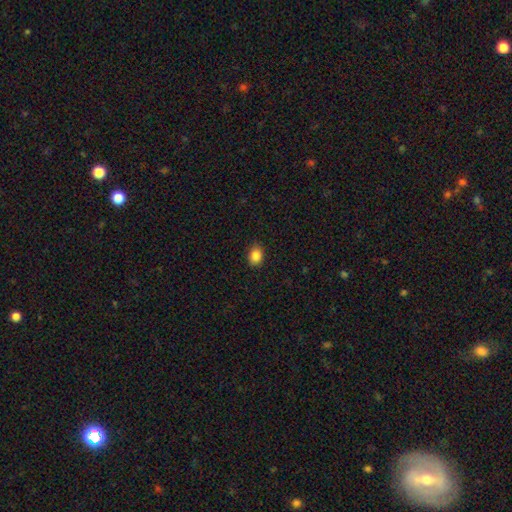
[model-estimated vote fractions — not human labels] smooth_or_featured: smooth (p=0.86) [alt: star or artifact p=0.10]
how_rounded: in between (p=0.59) [alt: round p=0.40]
merging: none (p=0.87) [alt: minor disturbance p=0.10]